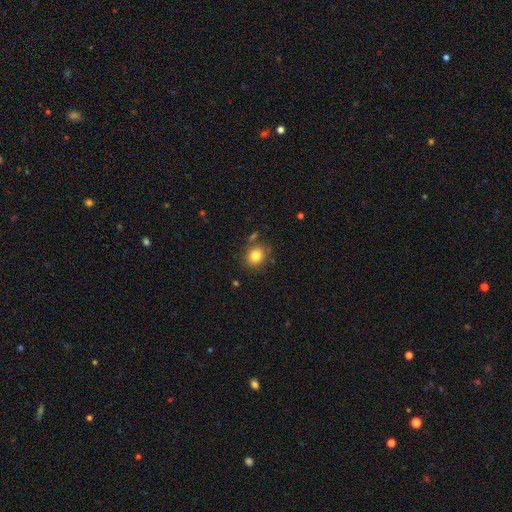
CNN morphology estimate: Smooth or featured: smooth — 80% (star or artifact — 12%)
How rounded: round — 74% (in between — 25%)
Merging: none — 79% (minor disturbance — 12%)